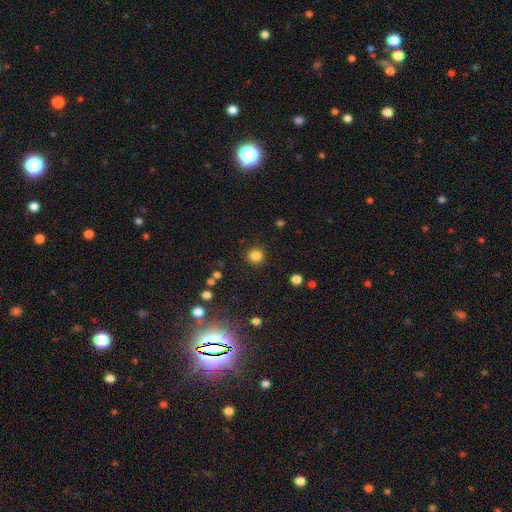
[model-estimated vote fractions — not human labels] Q: Smooth or featured?
A: smooth (83%); runner-up: star or artifact (13%)
Q: How rounded?
A: round (93%); runner-up: in between (6%)
Q: Merging?
A: none (90%); runner-up: minor disturbance (6%)